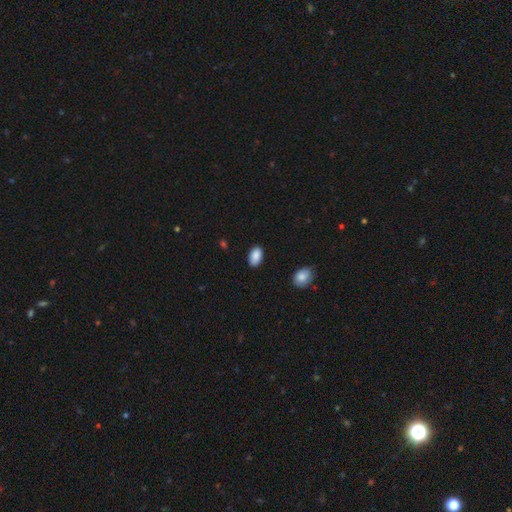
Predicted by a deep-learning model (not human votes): Smooth or featured?
  - smooth: 89% *
  - star or artifact: 7%
  - featured or disk: 4%
How rounded?
  - in between: 93% *
  - round: 6%
  - cigar-shaped: 1%
Merging?
  - none: 86% *
  - minor disturbance: 11%
  - major disturbance: 2%
  - merger: 1%